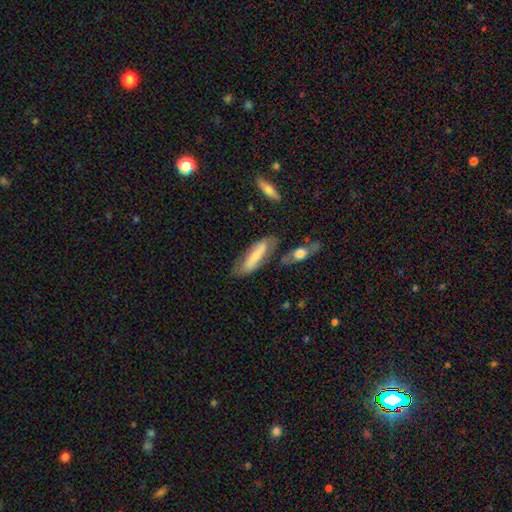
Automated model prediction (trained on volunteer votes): Smooth or featured? Predicted: smooth (p=0.61). How rounded? Predicted: cigar-shaped (p=0.57). Merging? Predicted: none (p=0.62).